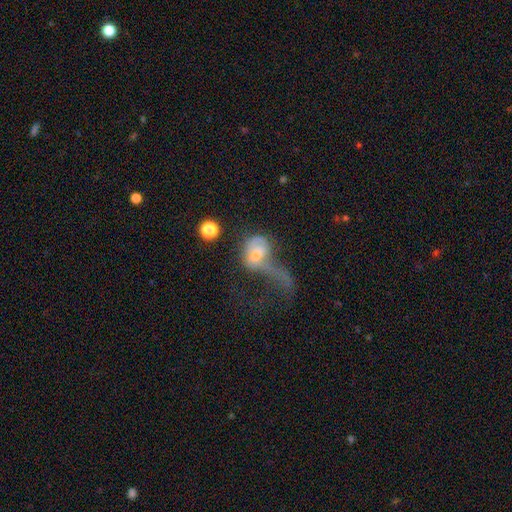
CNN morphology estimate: Q: Smooth or featured?
A: smooth (48%); runner-up: featured or disk (40%)
Q: Merging?
A: major disturbance (63%); runner-up: merger (18%)